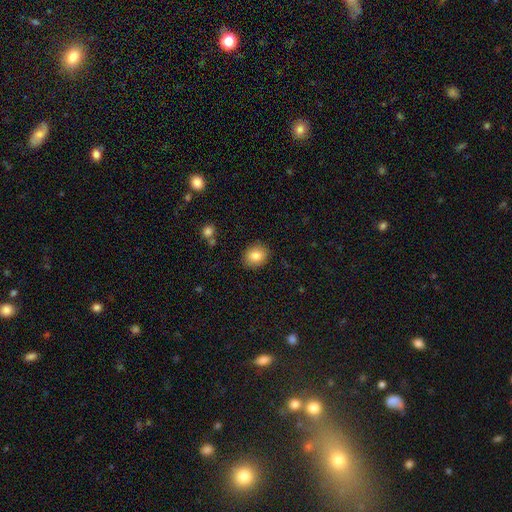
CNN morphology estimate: The model was most divided on "how rounded": round: 57%, in between: 42%, cigar-shaped: 1%. More confident: merging — none (88%); smooth or featured — smooth (84%).